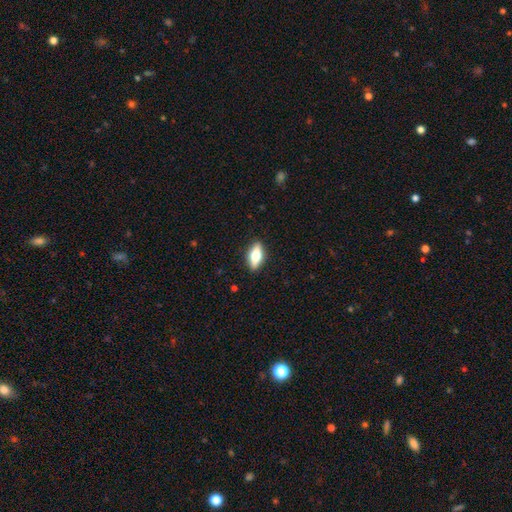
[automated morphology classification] smooth 54%, featured or disk 39%, star or artifact 7%. Down the decision tree: how rounded — in between (74%); merging — none (88%).